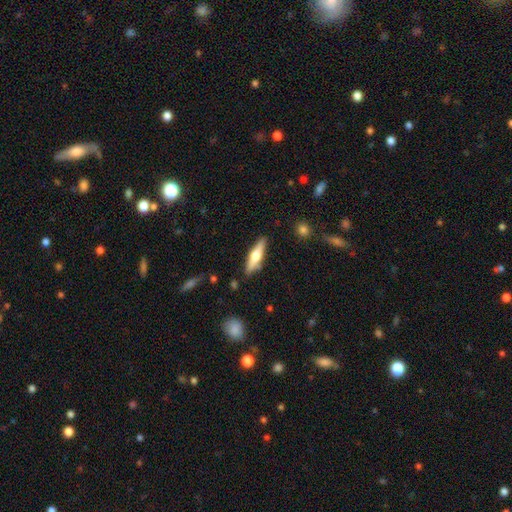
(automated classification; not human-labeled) Smooth or featured?
  - featured or disk: 53% *
  - smooth: 41%
  - star or artifact: 6%
Edge-on disk?
  - yes: 94% *
  - no: 6%
Merging?
  - none: 86% *
  - minor disturbance: 10%
  - major disturbance: 2%
  - merger: 2%